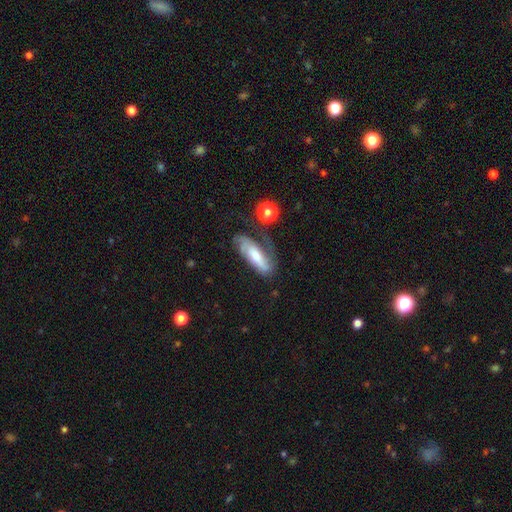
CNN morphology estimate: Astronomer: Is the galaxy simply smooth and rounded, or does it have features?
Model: featured or disk — 52% (runner-up: smooth, 40%).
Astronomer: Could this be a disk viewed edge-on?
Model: no — 76%.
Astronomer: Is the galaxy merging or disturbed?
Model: none — 49% (runner-up: minor disturbance, 27%).